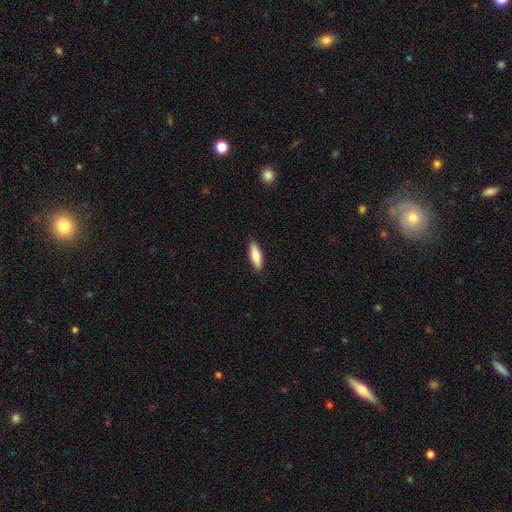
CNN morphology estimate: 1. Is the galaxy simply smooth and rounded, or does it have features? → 82% smooth, 12% featured or disk, 6% star or artifact.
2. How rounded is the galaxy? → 51% cigar-shaped, 47% in between, 2% round.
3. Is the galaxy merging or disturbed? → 89% none, 8% minor disturbance, 2% major disturbance, 1% merger.